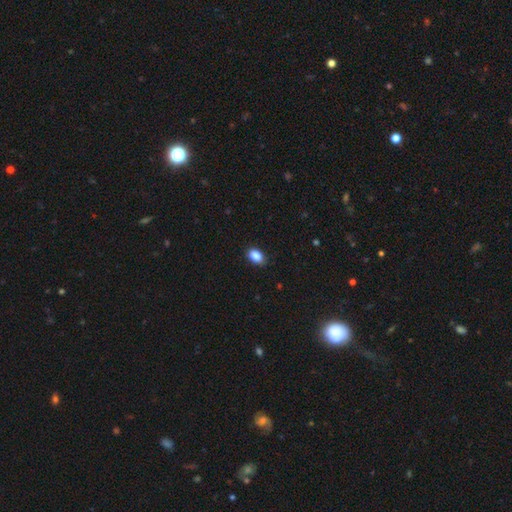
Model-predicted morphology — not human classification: Smooth or featured? Predicted: smooth (p=0.88). How rounded? Predicted: in between (p=0.87). Merging? Predicted: none (p=0.88).